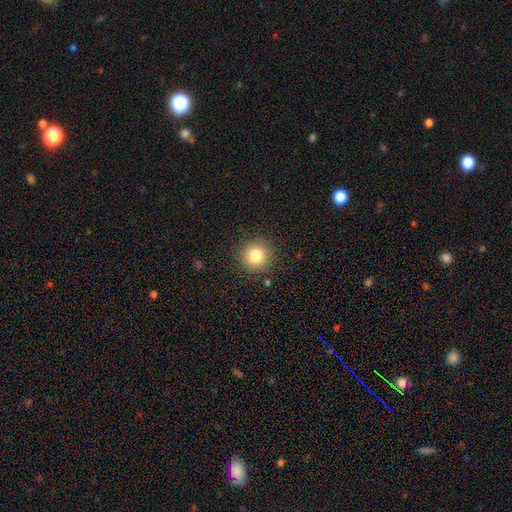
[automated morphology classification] smooth_or_featured: smooth (p=0.82) [alt: star or artifact p=0.11]
how_rounded: round (p=0.95) [alt: in between p=0.05]
merging: none (p=0.90) [alt: minor disturbance p=0.06]